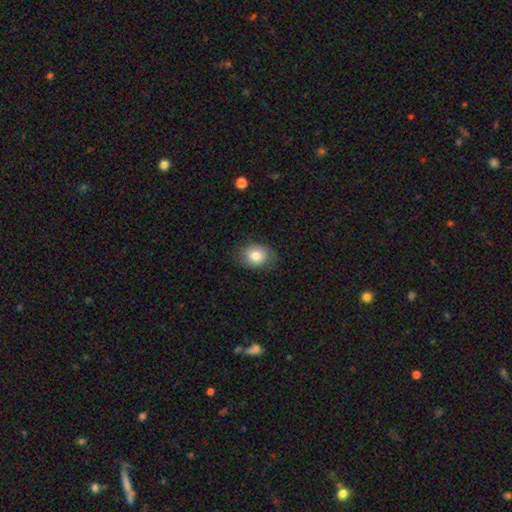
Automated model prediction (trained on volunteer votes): Smooth or featured: smooth — 80% (featured or disk — 13%)
How rounded: in between — 57% (round — 43%)
Merging: none — 74% (minor disturbance — 20%)